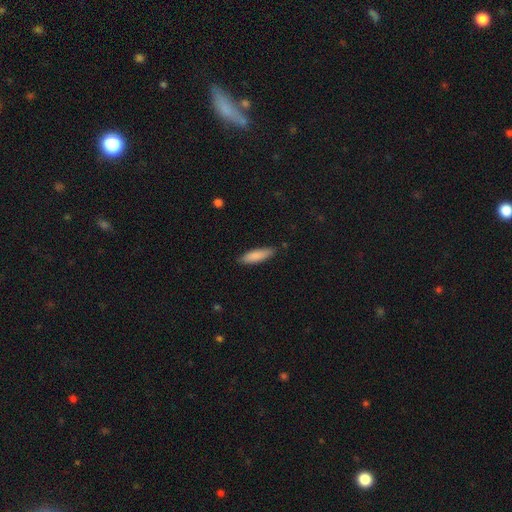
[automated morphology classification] Smooth or featured? smooth (85%)
How rounded? cigar-shaped (62%)
Merging? none (83%)